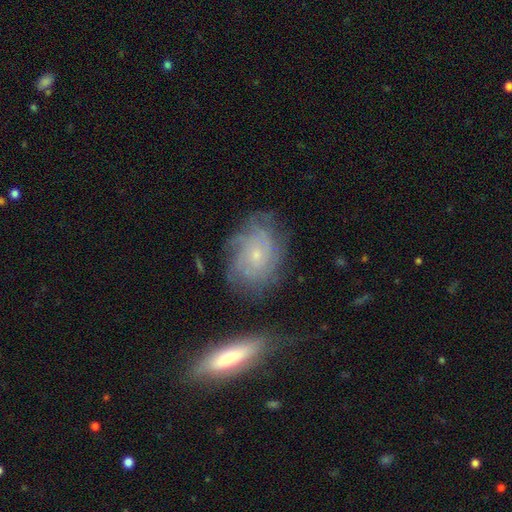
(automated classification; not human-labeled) Morphology: type=featured or disk (70%); edge-on=no (95%); bar=no (82%); spiral arms=yes (86%); winding=tight (66%); arm count=can't tell (50%); bulge=small (77%); merging=none (65%).